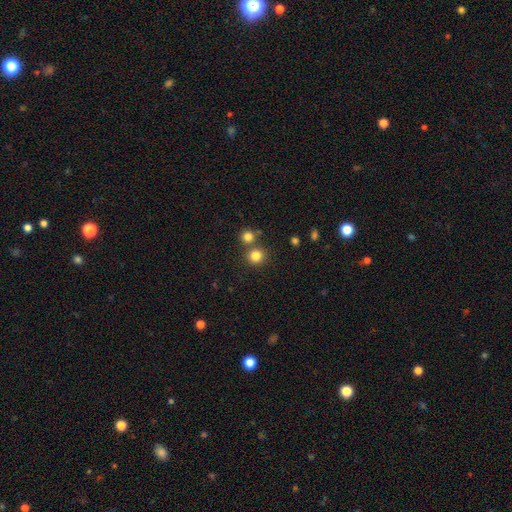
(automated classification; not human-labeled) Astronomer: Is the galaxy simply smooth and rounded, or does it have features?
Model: smooth — 82%.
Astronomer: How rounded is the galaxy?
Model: round — 91%.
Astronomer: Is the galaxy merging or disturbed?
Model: none — 73%.